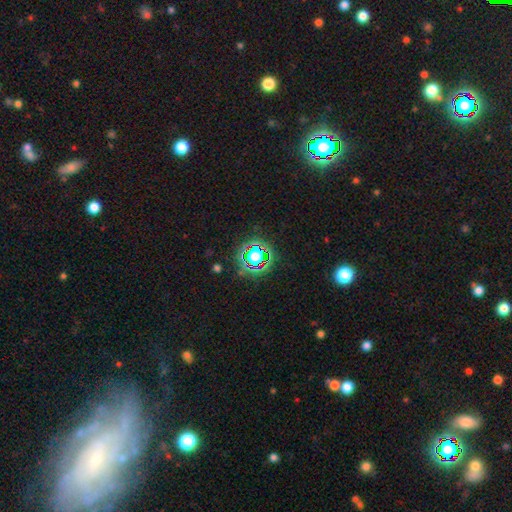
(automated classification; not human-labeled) Smooth or featured?
  - star or artifact: 63% *
  - smooth: 25%
  - featured or disk: 12%